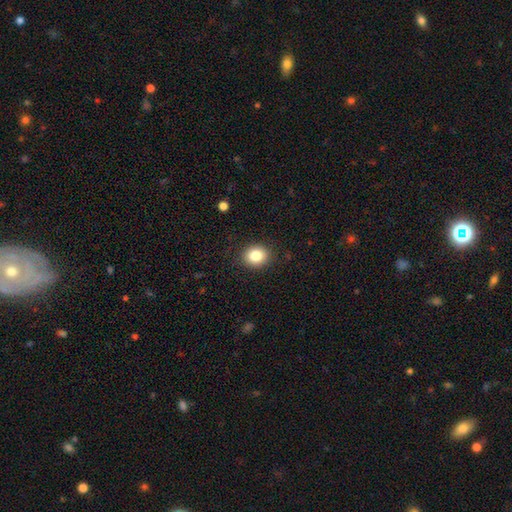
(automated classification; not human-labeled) smooth 83%, star or artifact 10%, featured or disk 7%. Down the decision tree: how rounded — round (68%); merging — none (88%).